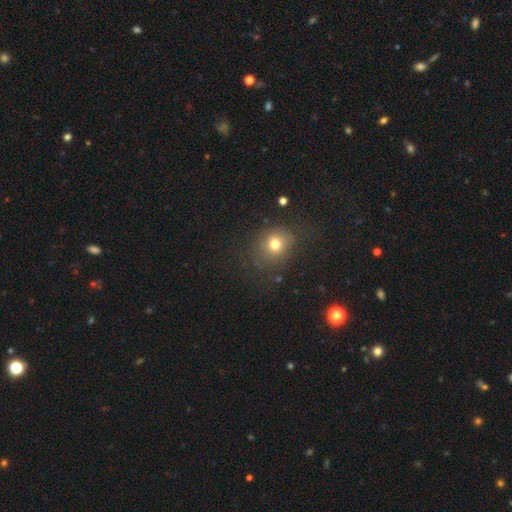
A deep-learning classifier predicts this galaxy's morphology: Overall: smooth (62%; star or artifact 30%). How rounded: round (75%). Merging: none (83%).